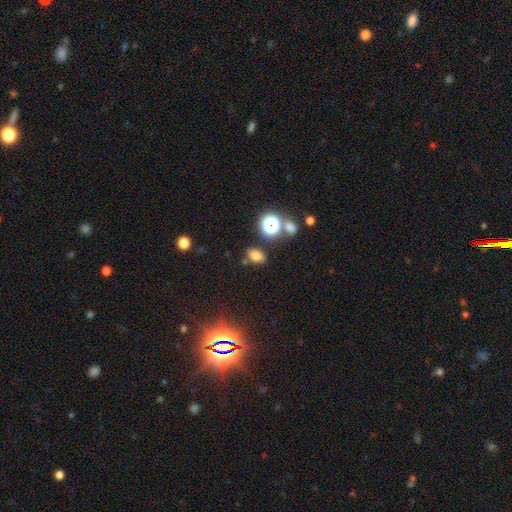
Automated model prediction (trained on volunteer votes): The model was most divided on "smooth or featured": smooth: 72%, star or artifact: 20%, featured or disk: 8%. More confident: merging — none (76%); how rounded — in between (76%).